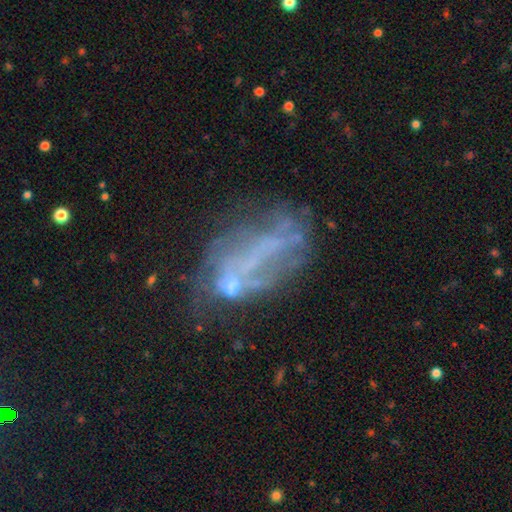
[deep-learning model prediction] Smooth or featured: featured or disk — 62% (smooth — 22%)
Edge-on disk: no — 96% (yes — 4%)
Bar: no — 71% (weak — 20%)
Spiral arms: no — 77% (yes — 23%)
Bulge size: none — 66% (small — 21%)
Merging: none — 36% (major disturbance — 33%)